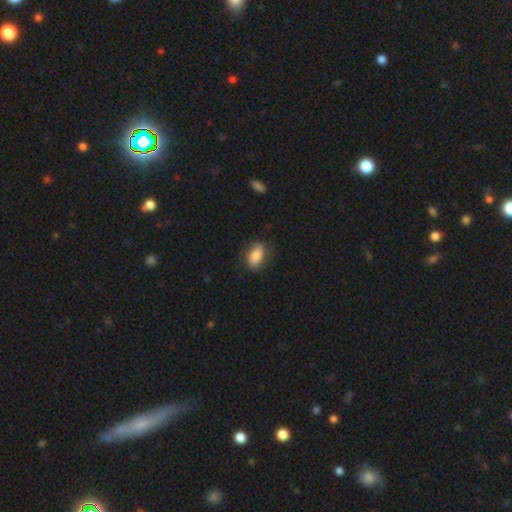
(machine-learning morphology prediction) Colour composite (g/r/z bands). It shows a smooth galaxy with no disk features (74%) that is in between round and cigar-shaped (87%). Merging: none (75%).